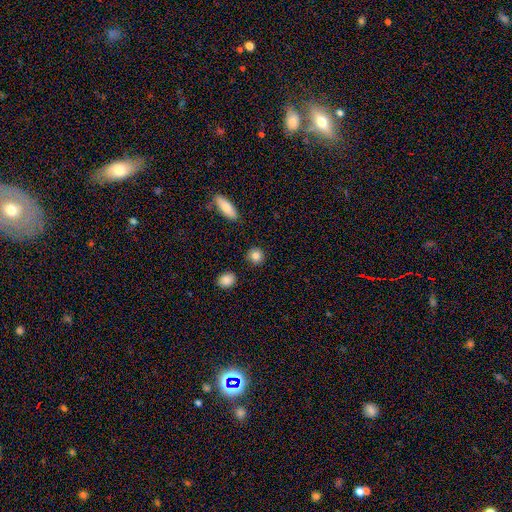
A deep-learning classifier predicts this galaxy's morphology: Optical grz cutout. It shows a smooth galaxy with no disk features (86%) that is round (86%). Merging: none (87%).